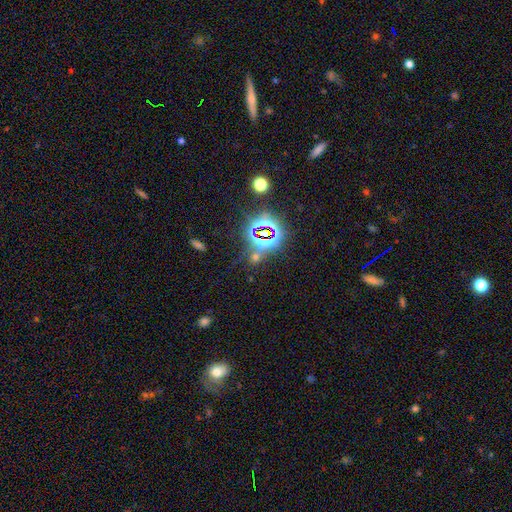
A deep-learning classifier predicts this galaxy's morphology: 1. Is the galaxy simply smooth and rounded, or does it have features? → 76% star or artifact, 15% smooth, 9% featured or disk.